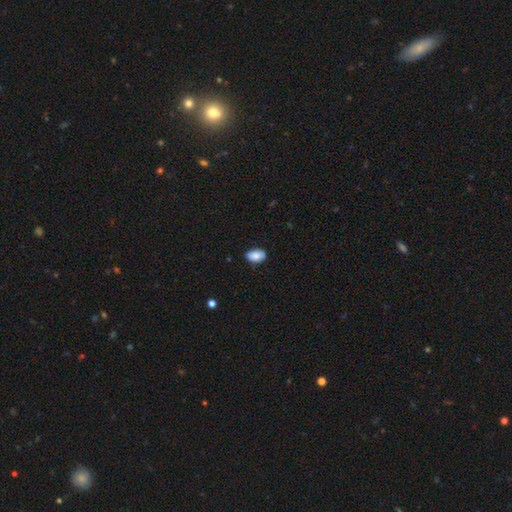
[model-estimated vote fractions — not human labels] This is clearly a smooth galaxy (83%). How rounded: clearly in between (91%). Merging: clearly none (80%).